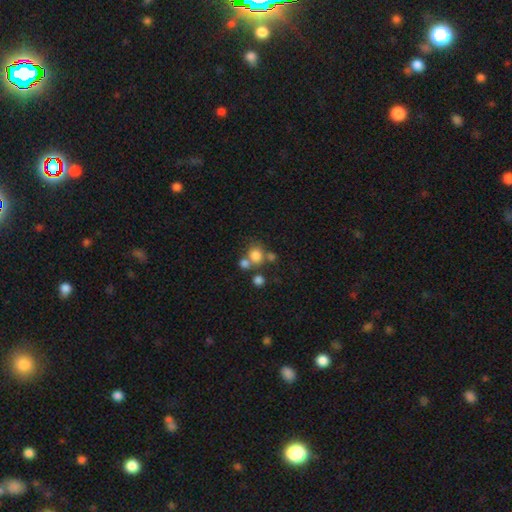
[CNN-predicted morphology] Smooth or featured? Predicted: smooth (p=0.76). How rounded? Predicted: round (p=0.75). Merging? Predicted: none (p=0.46).